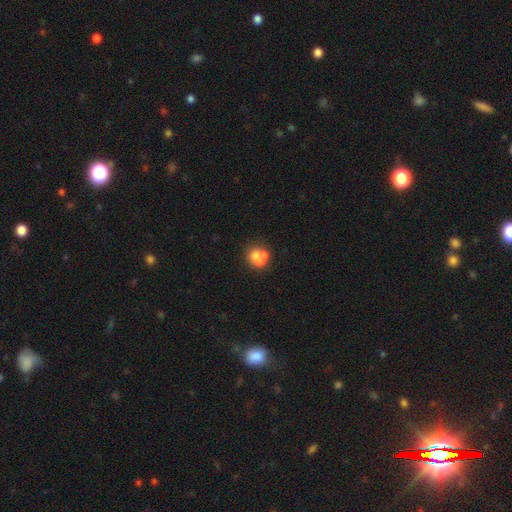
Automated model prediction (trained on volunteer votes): smooth_or_featured: smooth (p=0.56) [alt: featured or disk p=0.31]
how_rounded: round (p=0.65) [alt: in between p=0.34]
merging: merger (p=0.50) [alt: none p=0.35]